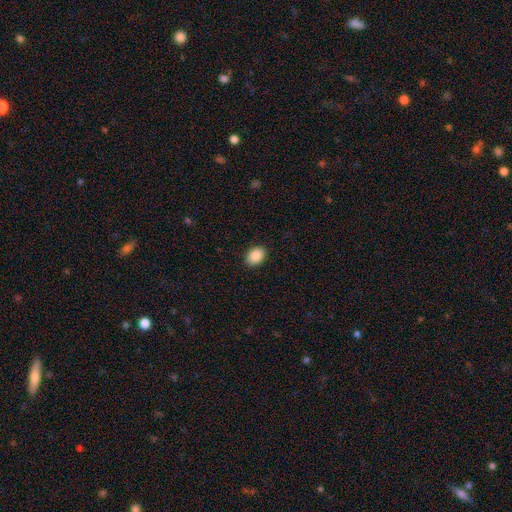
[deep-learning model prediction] Overall: smooth (88%). How rounded: in between (71%). Merging: none (90%).